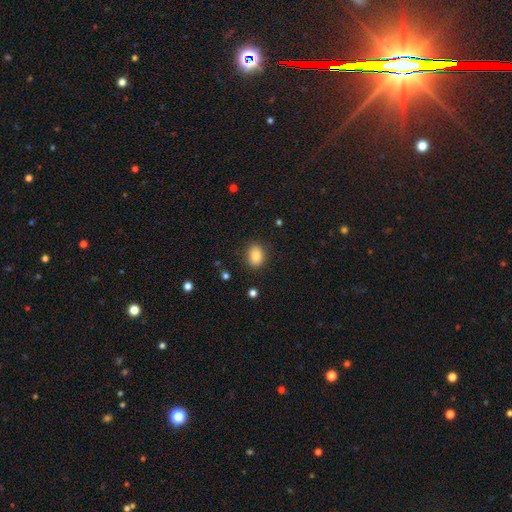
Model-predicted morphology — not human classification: This appears to be a smooth galaxy with no disk features (84%) that is in between round and cigar-shaped (64%). Merging: none (87%).